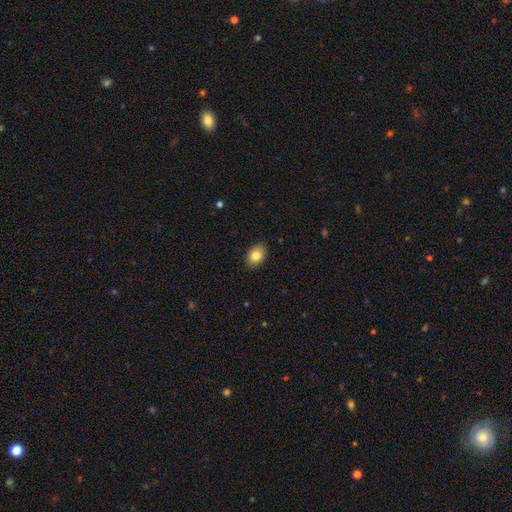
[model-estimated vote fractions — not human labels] Overall: smooth (84%). How rounded: in between (73%). Merging: none (86%).